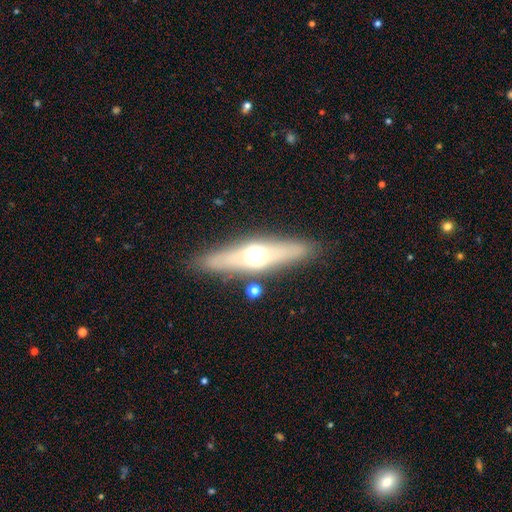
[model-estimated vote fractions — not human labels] This appears to be a featured or disk galaxy (58%) viewed edge-on (86%) with a rounded central bulge (93%). Merging: none (87%).